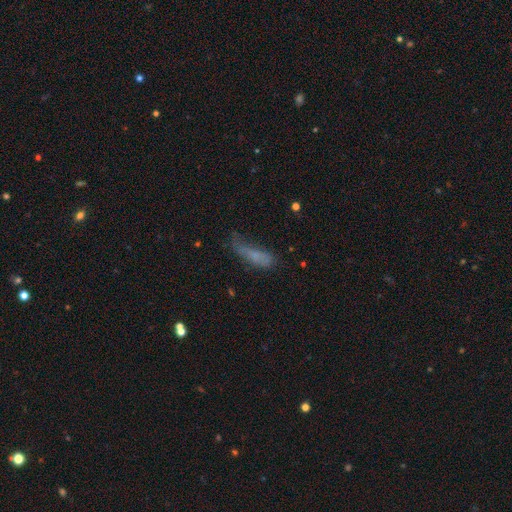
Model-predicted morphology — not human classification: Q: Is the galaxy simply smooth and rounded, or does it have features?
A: smooth — 63%.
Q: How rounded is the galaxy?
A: cigar-shaped — 54%.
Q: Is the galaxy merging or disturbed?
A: none — 35%.